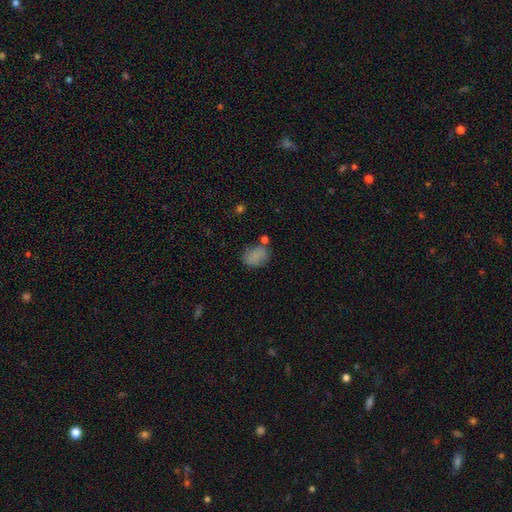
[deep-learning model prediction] Morphology: type=smooth (80%); roundness=in between (70%); merging=none (62%).